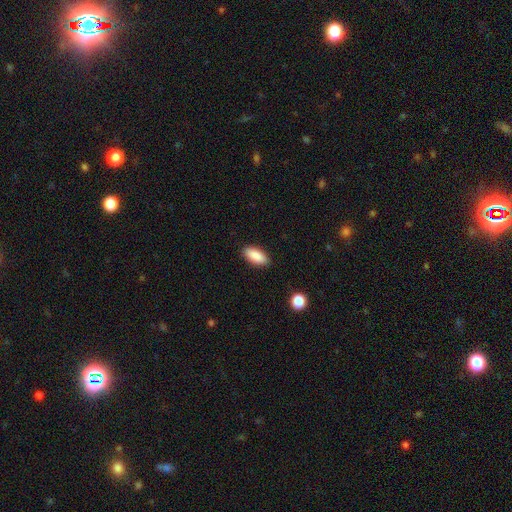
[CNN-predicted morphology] smooth 89%, star or artifact 7%, featured or disk 5%. Down the decision tree: how rounded — in between (88%); merging — none (88%).